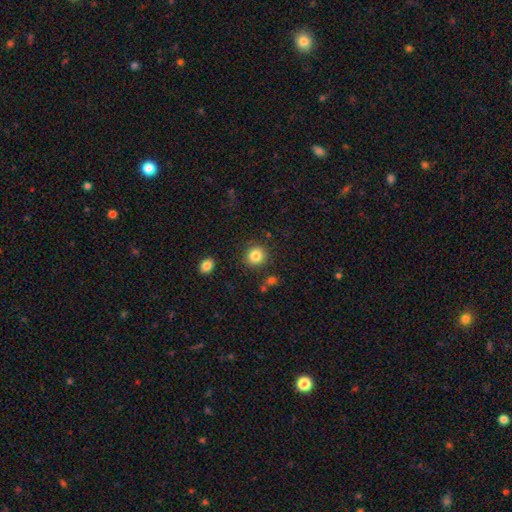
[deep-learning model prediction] Q: Smooth or featured?
A: smooth (84%); runner-up: star or artifact (10%)
Q: How rounded?
A: round (88%); runner-up: in between (11%)
Q: Merging?
A: none (88%); runner-up: minor disturbance (7%)